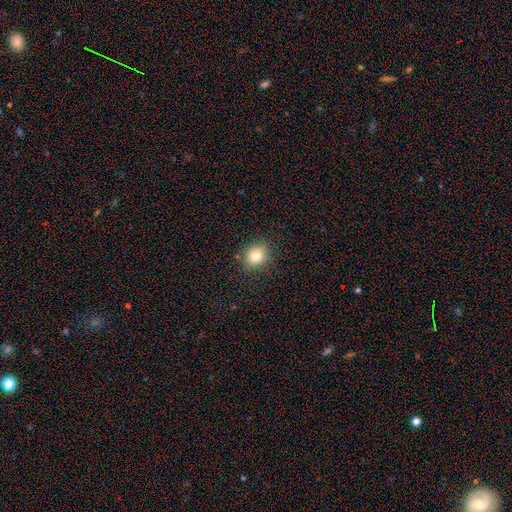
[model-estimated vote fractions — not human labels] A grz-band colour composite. It shows a smooth galaxy with no disk features (79%) that is round (75%). Merging: none (86%).